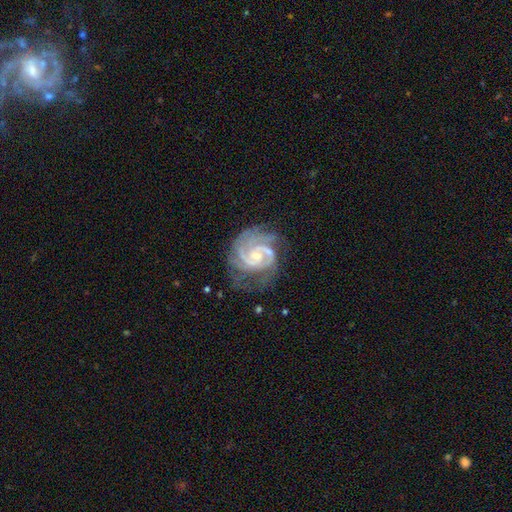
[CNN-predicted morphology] Smooth or featured: featured or disk — 90% (star or artifact — 6%)
Edge-on disk: no — 98% (yes — 2%)
Bar: no — 57% (weak — 33%)
Spiral arms: yes — 98% (no — 2%)
Spiral winding: tight — 67% (medium — 29%)
Spiral arm count: 2 — 36% (3 — 30%)
Bulge size: small — 65% (moderate — 30%)
Merging: none — 66% (minor disturbance — 21%)